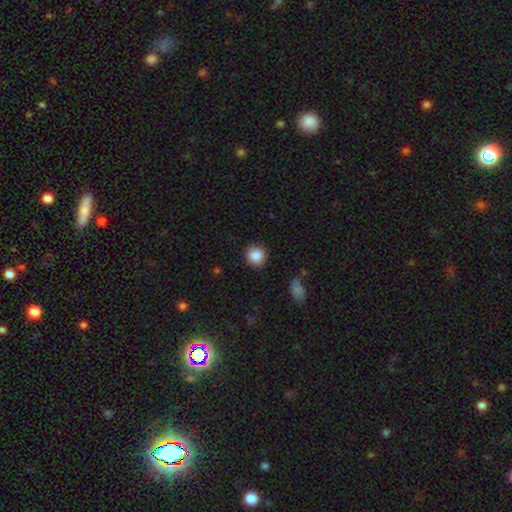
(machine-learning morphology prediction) This appears to be a smooth galaxy with no disk features (87%) that is round (91%). Merging: none (90%).